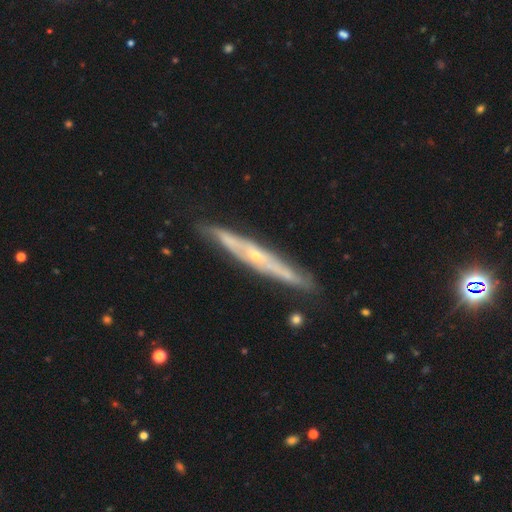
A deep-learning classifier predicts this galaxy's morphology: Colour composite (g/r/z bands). It shows a featured or disk galaxy (77%) viewed edge-on (84%) with a rounded central bulge (58%). Merging: none (82%).